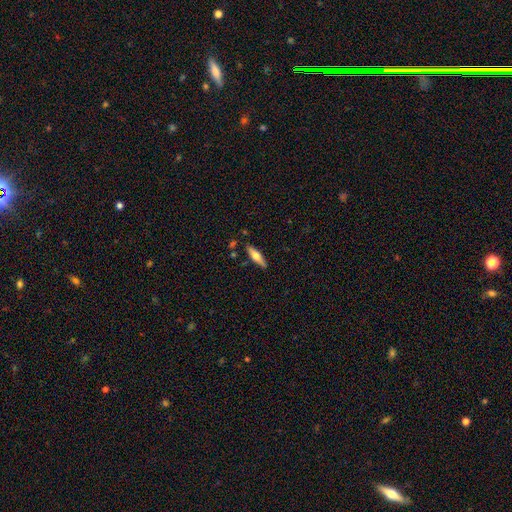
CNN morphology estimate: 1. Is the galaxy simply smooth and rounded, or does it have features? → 54% smooth, 40% featured or disk, 6% star or artifact.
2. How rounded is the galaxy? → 63% cigar-shaped, 35% in between, 2% round.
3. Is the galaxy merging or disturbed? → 85% none, 10% minor disturbance, 3% merger, 2% major disturbance.